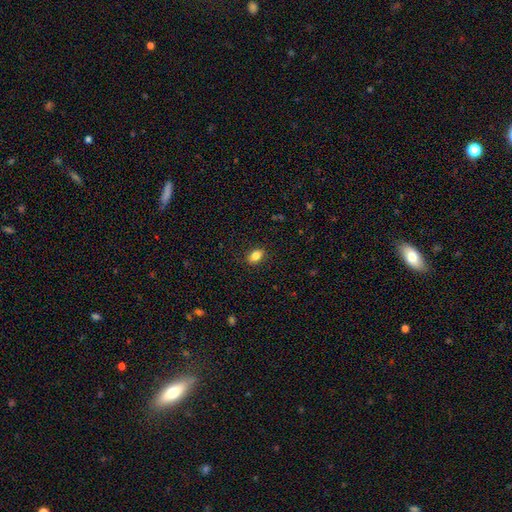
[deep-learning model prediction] The model was most divided on "how rounded": in between: 83%, round: 15%, cigar-shaped: 2%. More confident: merging — none (89%); smooth or featured — smooth (85%).